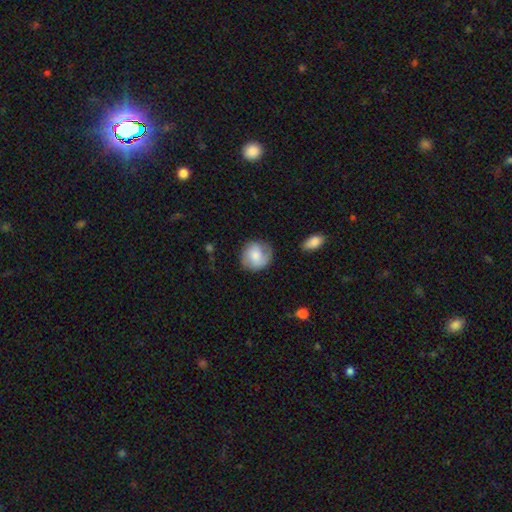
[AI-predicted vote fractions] Q: Smooth or featured?
A: smooth (69%); runner-up: featured or disk (24%)
Q: How rounded?
A: round (85%); runner-up: in between (14%)
Q: Merging?
A: none (72%); runner-up: minor disturbance (20%)